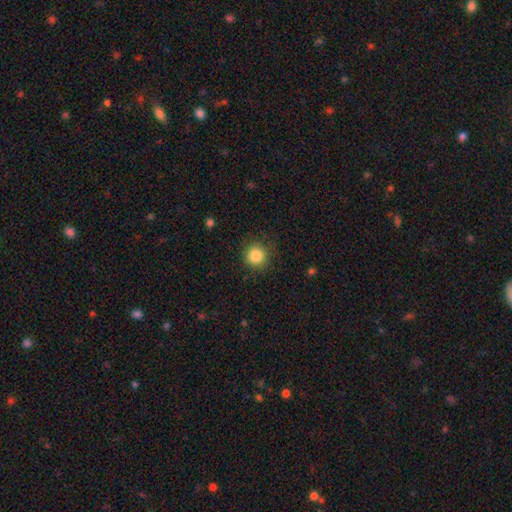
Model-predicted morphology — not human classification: Smooth or featured? smooth (85%)
How rounded? round (93%)
Merging? none (86%)